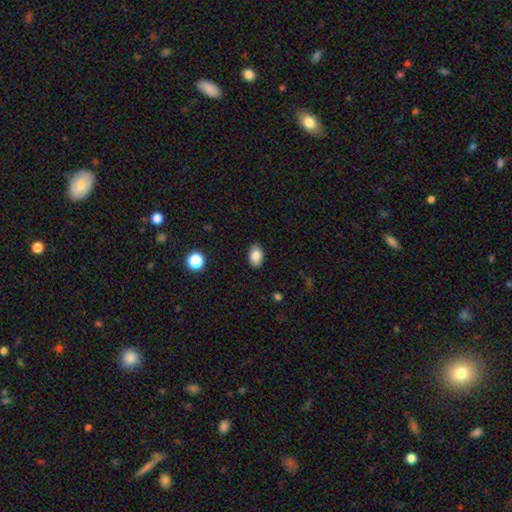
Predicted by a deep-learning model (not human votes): smooth_or_featured: smooth (p=0.85) [alt: star or artifact p=0.08]
how_rounded: in between (p=0.89) [alt: round p=0.10]
merging: none (p=0.87) [alt: minor disturbance p=0.10]